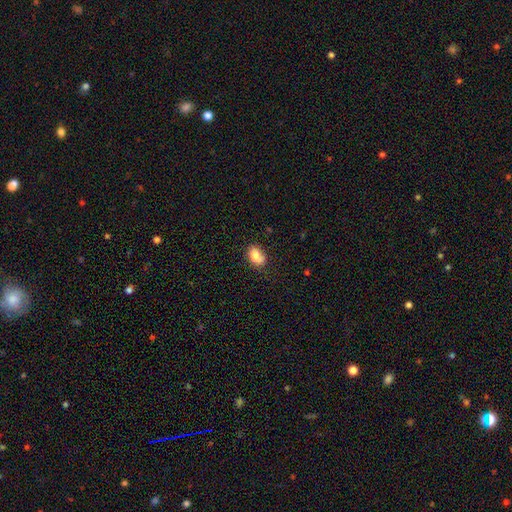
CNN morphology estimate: Smooth or featured? Predicted: smooth (p=0.78). How rounded? Predicted: in between (p=0.78). Merging? Predicted: none (p=0.62).